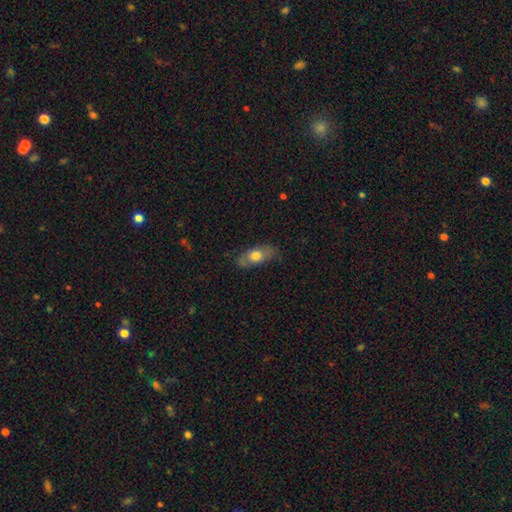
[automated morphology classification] type=smooth (64%); roundness=in between (80%); merging=none (76%).